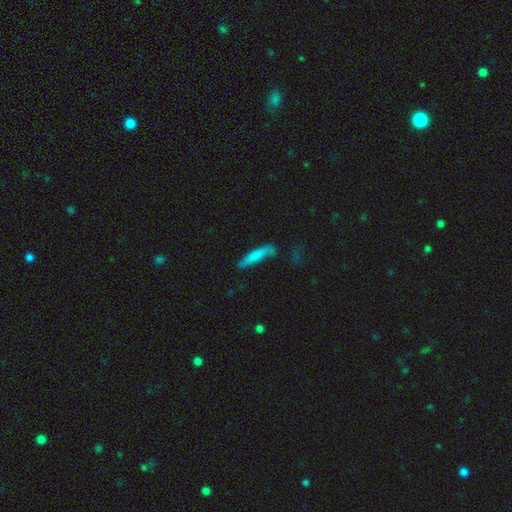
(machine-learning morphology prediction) Q: Smooth or featured?
A: smooth (75%); runner-up: featured or disk (18%)
Q: How rounded?
A: cigar-shaped (85%); runner-up: in between (13%)
Q: Merging?
A: none (58%); runner-up: minor disturbance (25%)